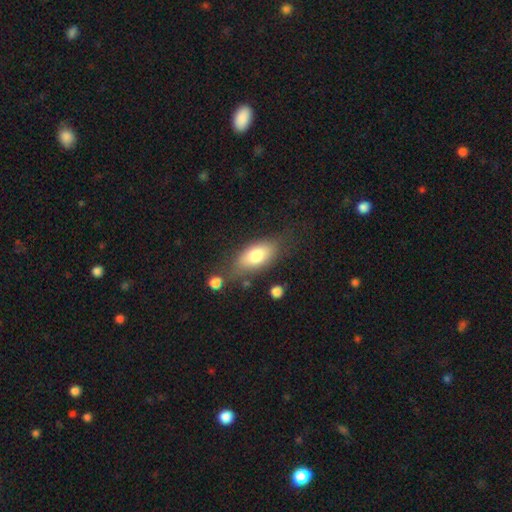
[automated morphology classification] A smooth galaxy with no disk features (76%) that is in between round and cigar-shaped (85%).

Vote fractions:
- Smooth or featured? smooth: 76% / featured or disk: 17% / star or artifact: 7%
- How rounded? in between: 85% / cigar-shaped: 10% / round: 5%
- Merging? none: 66% / minor disturbance: 21% / major disturbance: 8% / merger: 6%